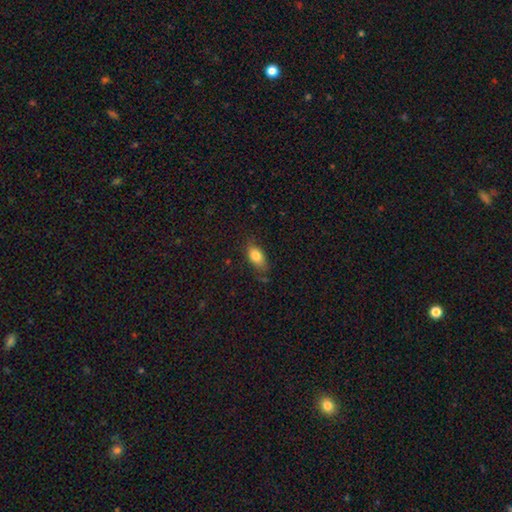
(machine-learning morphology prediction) A smooth galaxy with no disk features (80%) that is in between round and cigar-shaped (86%).

Vote fractions:
- Smooth or featured? smooth: 80% / featured or disk: 12% / star or artifact: 8%
- How rounded? in between: 86% / cigar-shaped: 8% / round: 6%
- Merging? none: 72% / minor disturbance: 21% / major disturbance: 5% / merger: 2%